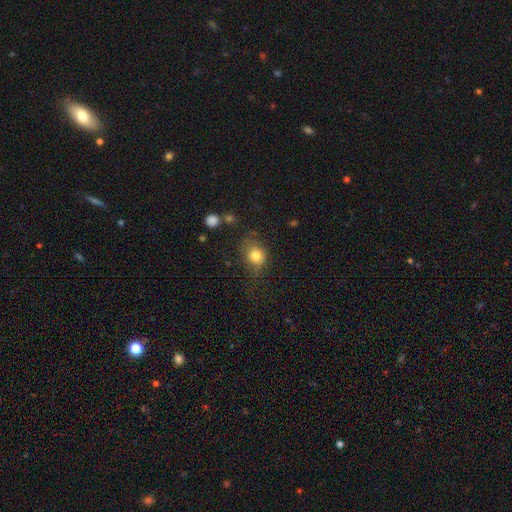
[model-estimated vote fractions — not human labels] Smooth or featured: smooth — 77% (star or artifact — 12%)
How rounded: round — 63% (in between — 36%)
Merging: none — 56% (minor disturbance — 27%)